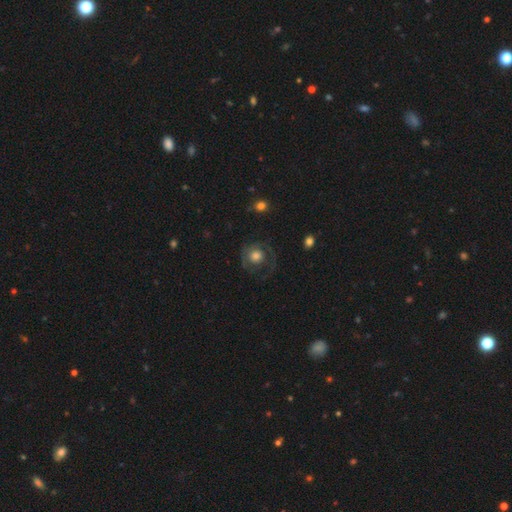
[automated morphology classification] smooth_or_featured: featured or disk (p=0.47) [alt: smooth p=0.45]
merging: none (p=0.58) [alt: major disturbance p=0.23]